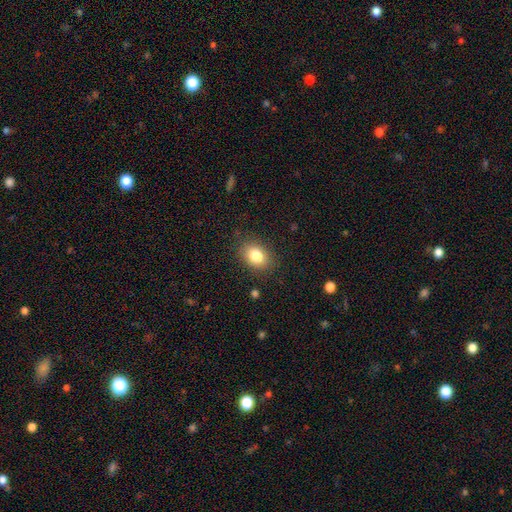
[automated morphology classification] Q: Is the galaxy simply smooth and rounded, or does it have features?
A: smooth — 82%.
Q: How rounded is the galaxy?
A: in between — 68%.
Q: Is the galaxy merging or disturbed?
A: none — 85%.